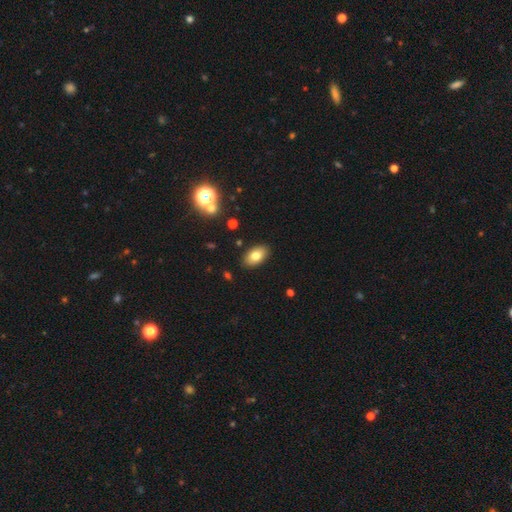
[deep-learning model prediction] Smooth or featured? Predicted: smooth (p=0.77). How rounded? Predicted: in between (p=0.91). Merging? Predicted: none (p=0.88).